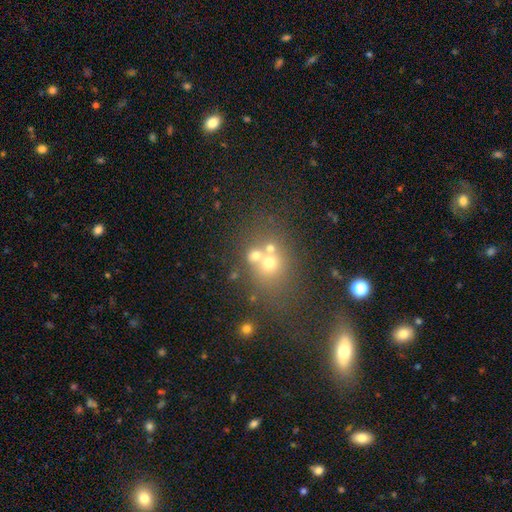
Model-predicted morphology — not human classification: Q: Smooth or featured?
A: smooth (58%); runner-up: star or artifact (21%)
Q: How rounded?
A: round (73%); runner-up: in between (26%)
Q: Merging?
A: merger (44%); runner-up: none (42%)